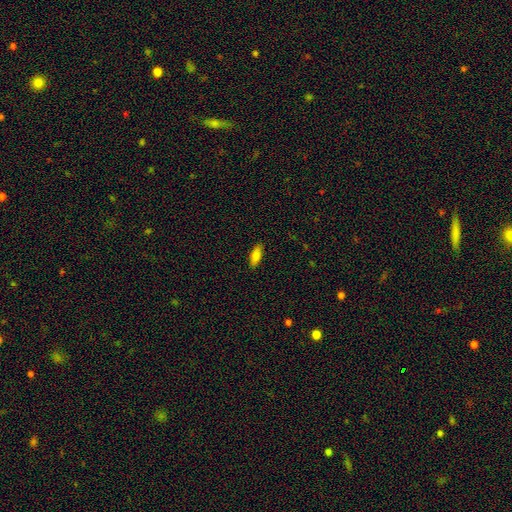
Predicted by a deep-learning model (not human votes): smooth_or_featured: smooth (p=0.80) [alt: featured or disk p=0.13]
how_rounded: in between (p=0.67) [alt: cigar-shaped p=0.30]
merging: none (p=0.88) [alt: minor disturbance p=0.09]